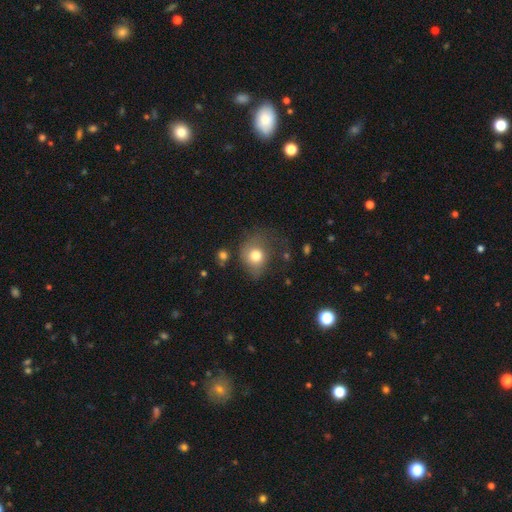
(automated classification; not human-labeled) A smooth galaxy with no disk features (73%) that is round (58%). Merging: none (37%).